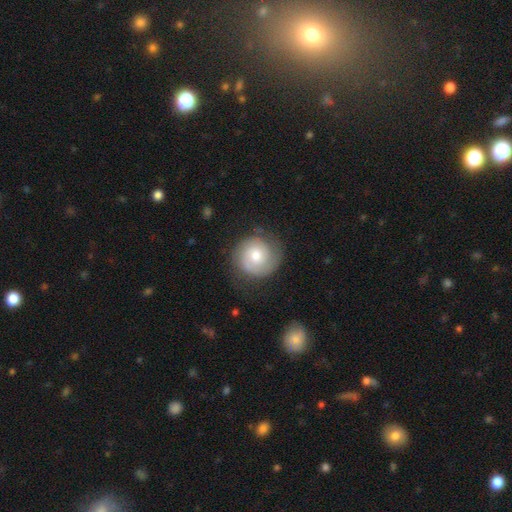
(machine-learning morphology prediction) Smooth or featured? Predicted: featured or disk (p=0.59). Edge-on disk? Predicted: no (p=0.98). Bar? Predicted: no (p=0.75). Spiral arms? Predicted: yes (p=0.88). Spiral winding? Predicted: tight (p=0.60). Spiral arm count? Predicted: 2 (p=0.55). Bulge size? Predicted: moderate (p=0.62). Merging? Predicted: none (p=0.76).